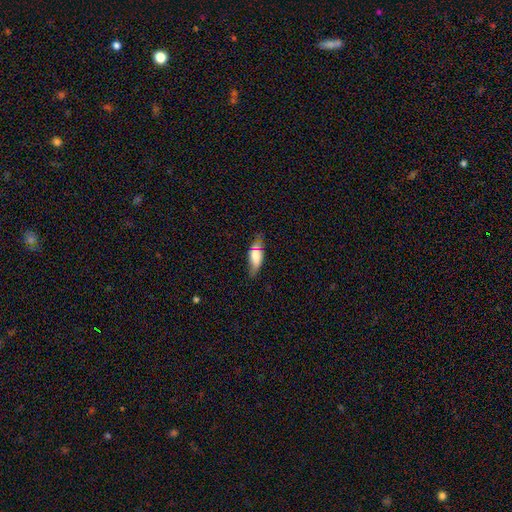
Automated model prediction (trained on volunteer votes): Smooth or featured?
  - smooth: 66% *
  - featured or disk: 26%
  - star or artifact: 8%
How rounded?
  - in between: 66% *
  - cigar-shaped: 31%
  - round: 3%
Merging?
  - none: 62% *
  - minor disturbance: 27%
  - major disturbance: 8%
  - merger: 3%